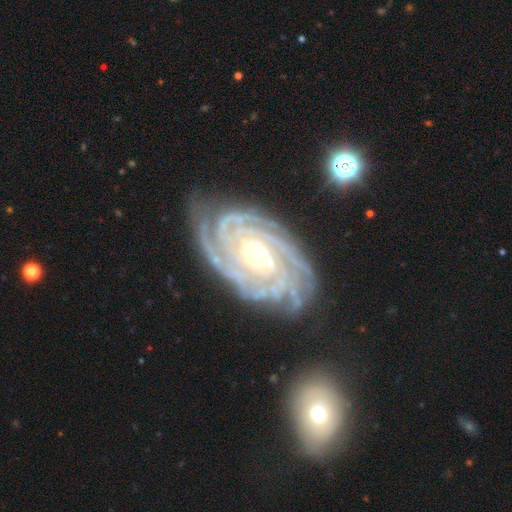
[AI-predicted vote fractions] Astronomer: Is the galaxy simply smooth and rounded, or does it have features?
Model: featured or disk — 92%.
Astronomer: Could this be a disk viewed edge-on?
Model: no — 97%.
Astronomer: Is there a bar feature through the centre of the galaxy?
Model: no — 63%.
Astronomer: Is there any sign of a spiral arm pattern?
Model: yes — 98%.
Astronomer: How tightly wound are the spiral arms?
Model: tight — 83%.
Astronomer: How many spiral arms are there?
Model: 4 — 36% (runner-up: more than 4, 19%).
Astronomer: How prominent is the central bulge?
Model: small — 61%.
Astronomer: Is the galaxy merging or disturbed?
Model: none — 77%.